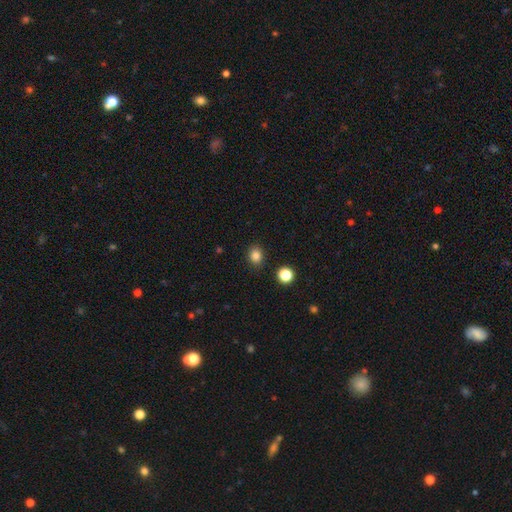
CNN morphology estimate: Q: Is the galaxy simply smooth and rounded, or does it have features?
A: smooth — 85%.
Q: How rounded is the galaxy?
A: round — 58%.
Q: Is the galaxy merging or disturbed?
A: none — 88%.